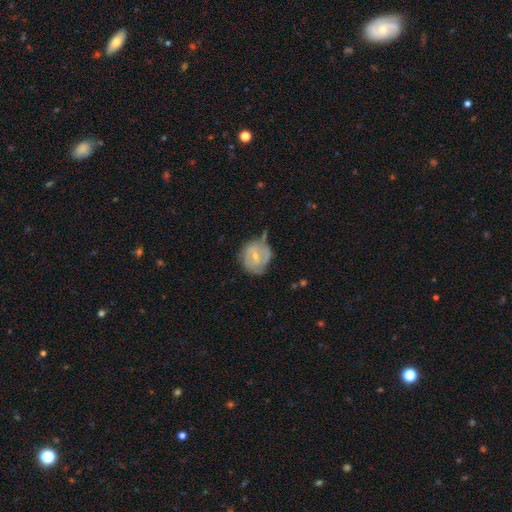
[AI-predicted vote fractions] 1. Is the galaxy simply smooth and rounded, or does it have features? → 55% featured or disk, 38% smooth, 7% star or artifact.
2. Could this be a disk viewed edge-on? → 97% no, 3% yes.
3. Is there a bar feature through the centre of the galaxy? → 47% weak, 41% no, 12% strong.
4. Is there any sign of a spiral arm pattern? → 66% yes, 34% no.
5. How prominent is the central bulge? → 57% small, 39% moderate, 2% none, 1% large, 1% dominant.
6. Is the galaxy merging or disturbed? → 49% none, 31% minor disturbance, 13% major disturbance, 7% merger.